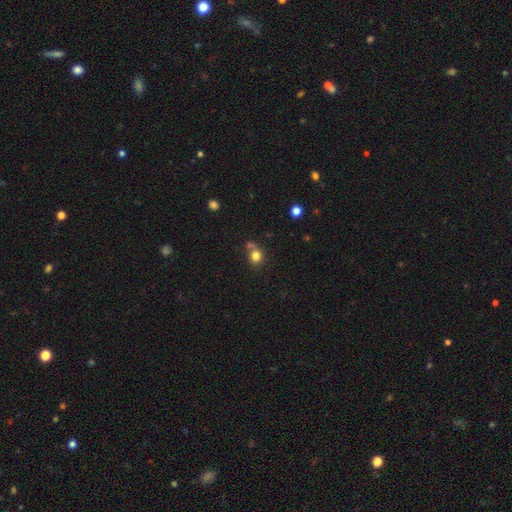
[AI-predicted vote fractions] Smooth or featured?
  - smooth: 80% *
  - star or artifact: 12%
  - featured or disk: 8%
How rounded?
  - round: 77% *
  - in between: 22%
  - cigar-shaped: 1%
Merging?
  - none: 58% *
  - merger: 22%
  - minor disturbance: 14%
  - major disturbance: 6%